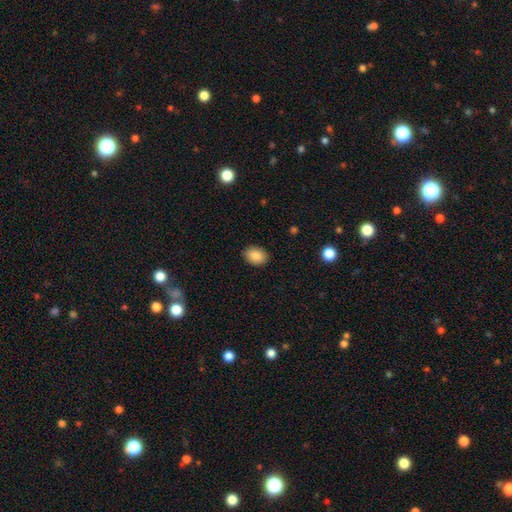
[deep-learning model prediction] Smooth or featured? smooth (87%)
How rounded? in between (70%)
Merging? none (88%)